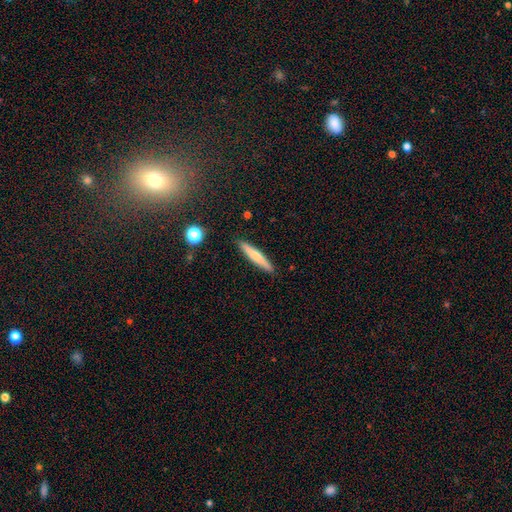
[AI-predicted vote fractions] The model was most divided on "smooth or featured": smooth: 61%, featured or disk: 32%, star or artifact: 7%. More confident: how rounded — cigar-shaped (93%); merging — none (90%).